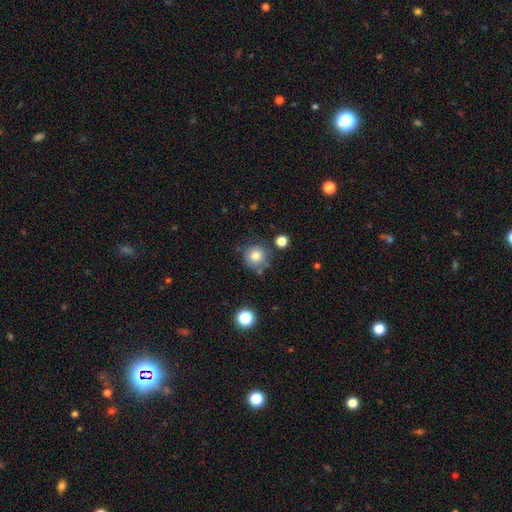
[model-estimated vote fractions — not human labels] smooth 79%, star or artifact 12%, featured or disk 10%. Down the decision tree: how rounded — round (93%); merging — none (77%).